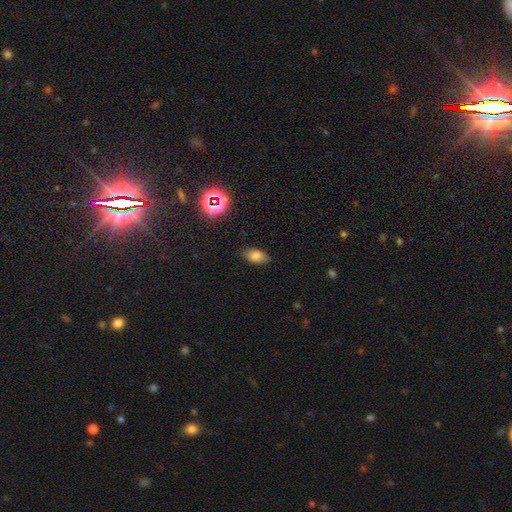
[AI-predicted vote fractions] smooth-or-featured: smooth: 77% | star or artifact: 14% | featured or disk: 9%
  how-rounded: in between: 90% | round: 6% | cigar-shaped: 3%
  merging: none: 83% | minor disturbance: 13% | major disturbance: 3% | merger: 1%